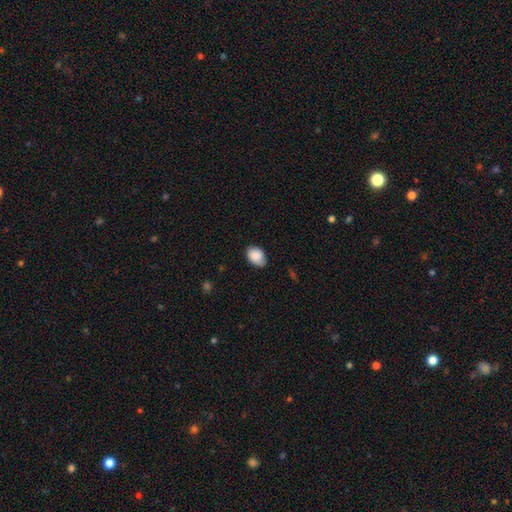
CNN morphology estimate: This appears to be a smooth galaxy with no disk features (88%) that is in between round and cigar-shaped (82%). Merging: none (77%).